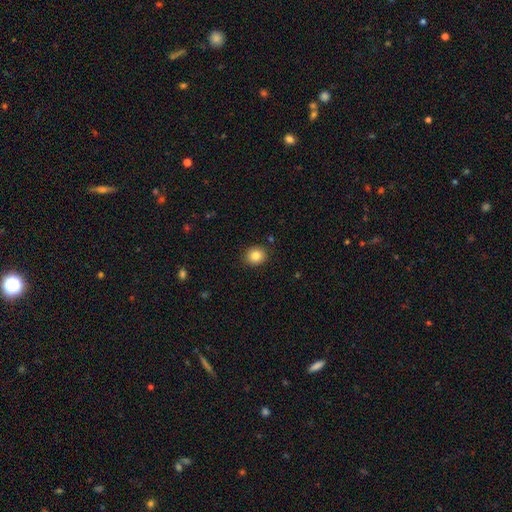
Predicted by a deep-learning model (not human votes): Overall: smooth (83%). How rounded: round (79%). Merging: none (89%).